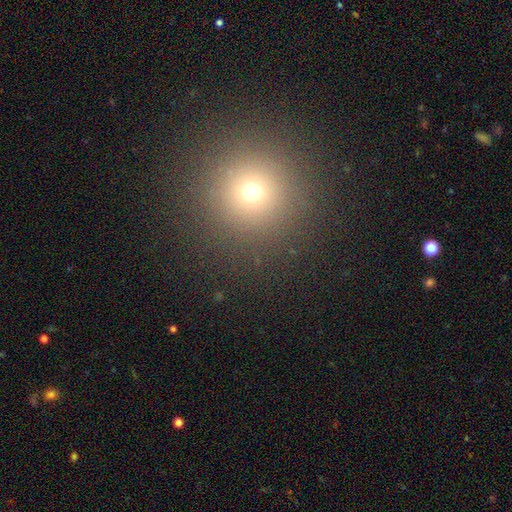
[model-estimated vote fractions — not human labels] Smooth or featured? smooth (64%)
How rounded? round (96%)
Merging? none (92%)